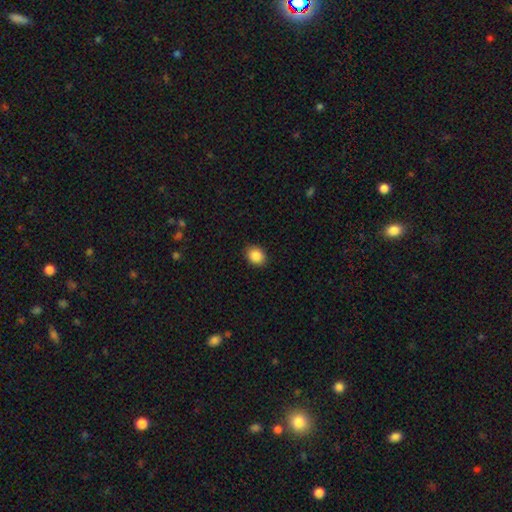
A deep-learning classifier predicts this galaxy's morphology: This appears to be a smooth galaxy with no disk features (87%) that is round (54%). Merging: none (89%).